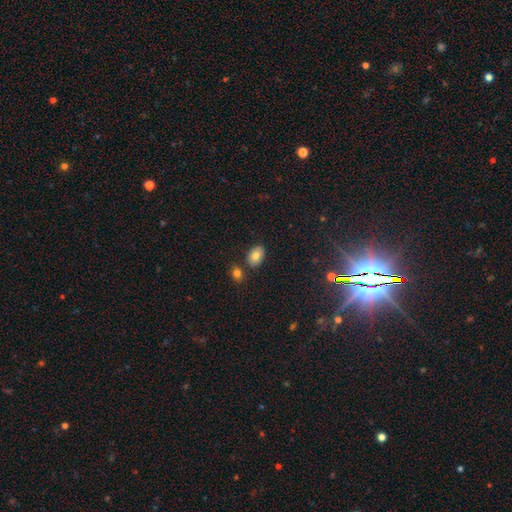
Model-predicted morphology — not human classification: smooth-or-featured: smooth: 80% | featured or disk: 11% | star or artifact: 9%
  how-rounded: in between: 85% | round: 14% | cigar-shaped: 1%
  merging: none: 80% | minor disturbance: 10% | merger: 7% | major disturbance: 2%